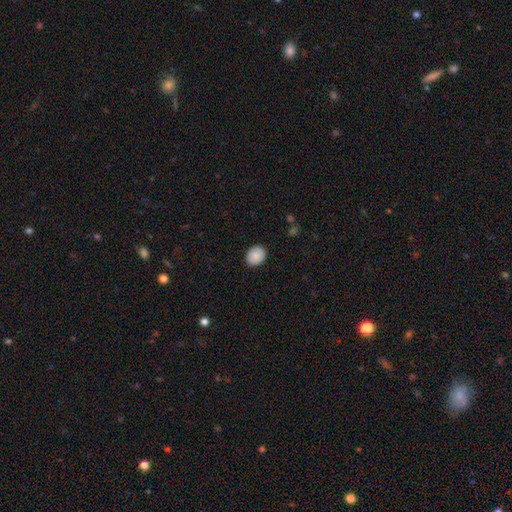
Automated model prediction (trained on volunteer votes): Q: Smooth or featured?
A: smooth (90%); runner-up: star or artifact (7%)
Q: How rounded?
A: round (52%); runner-up: in between (47%)
Q: Merging?
A: none (90%); runner-up: minor disturbance (7%)